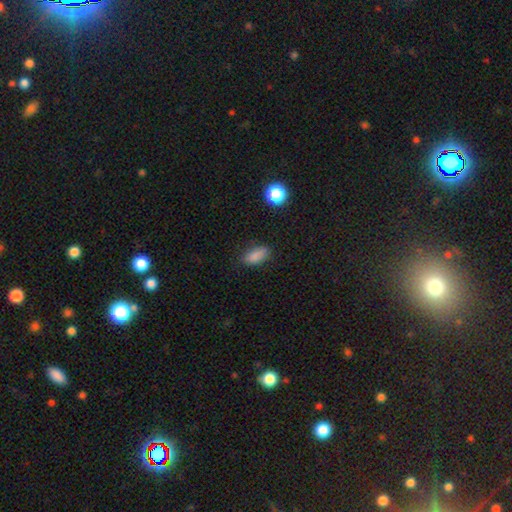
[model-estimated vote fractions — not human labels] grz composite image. It shows a smooth galaxy with no disk features (86%) that is in between round and cigar-shaped (86%). Merging: none (82%).